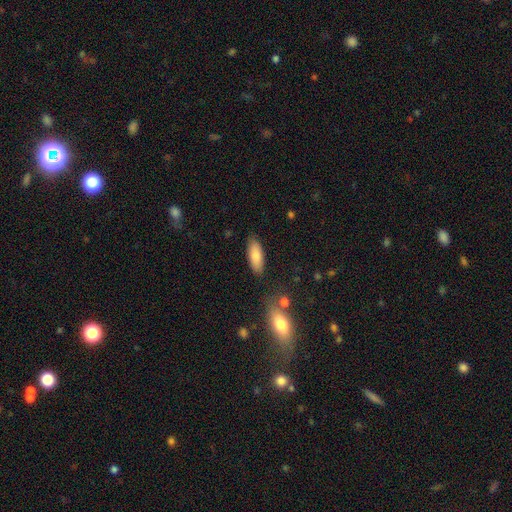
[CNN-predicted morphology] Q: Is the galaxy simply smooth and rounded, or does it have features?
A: smooth — 82%.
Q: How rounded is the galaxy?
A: in between — 73%.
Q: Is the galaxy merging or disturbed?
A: none — 83%.